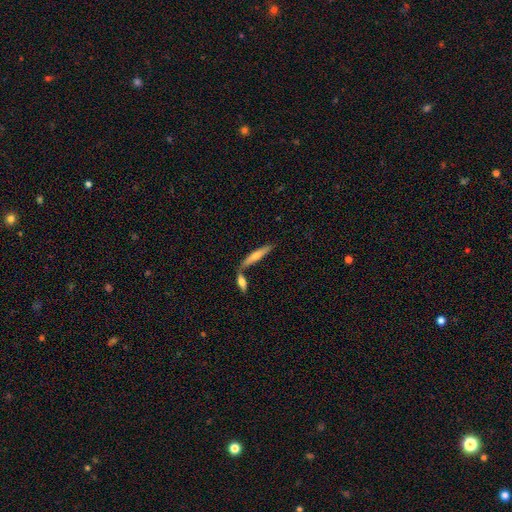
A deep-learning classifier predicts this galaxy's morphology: Smooth or featured? Predicted: featured or disk (p=0.48). Merging? Predicted: none (p=0.61).